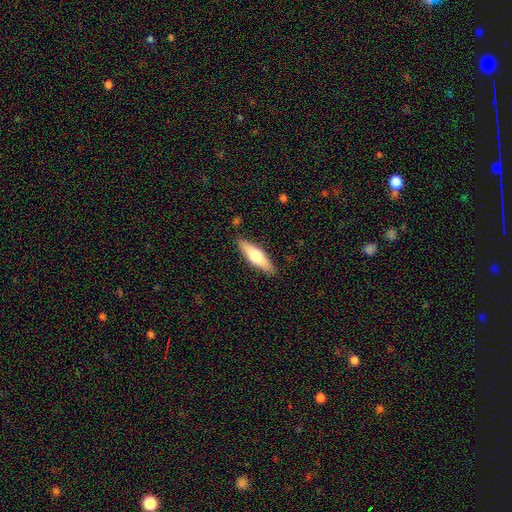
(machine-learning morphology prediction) smooth_or_featured: smooth (p=0.59) [alt: featured or disk p=0.36]
how_rounded: cigar-shaped (p=0.60) [alt: in between p=0.38]
merging: none (p=0.87) [alt: minor disturbance p=0.10]